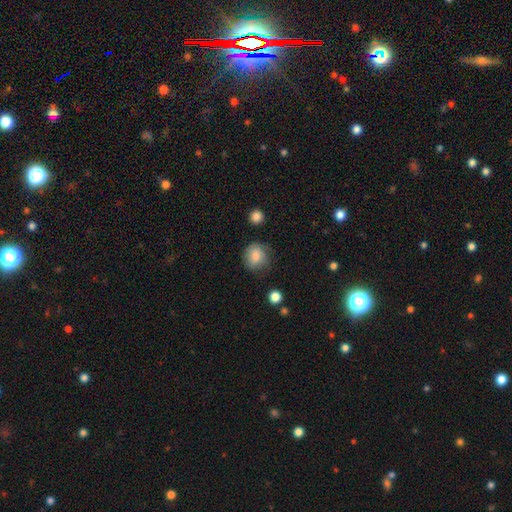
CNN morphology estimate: Smooth or featured?
  - smooth: 79% *
  - featured or disk: 13%
  - star or artifact: 8%
How rounded?
  - round: 80% *
  - in between: 19%
  - cigar-shaped: 1%
Merging?
  - none: 66% *
  - minor disturbance: 23%
  - major disturbance: 9%
  - merger: 2%